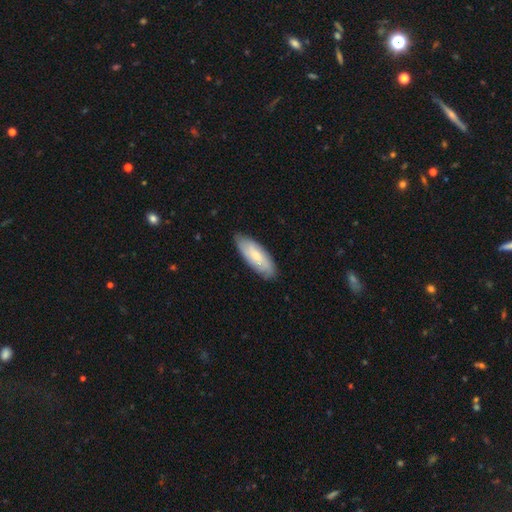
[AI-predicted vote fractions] This is likely a smooth galaxy (63%). How rounded: likely in between (69%). Merging: clearly none (83%).